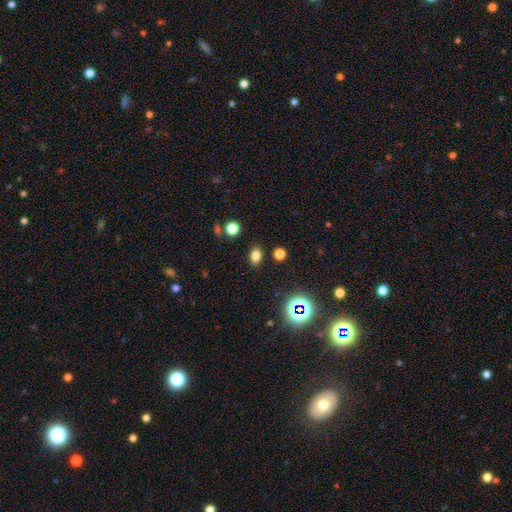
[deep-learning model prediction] Morphology: type=smooth (76%); roundness=in between (79%); merging=none (85%).